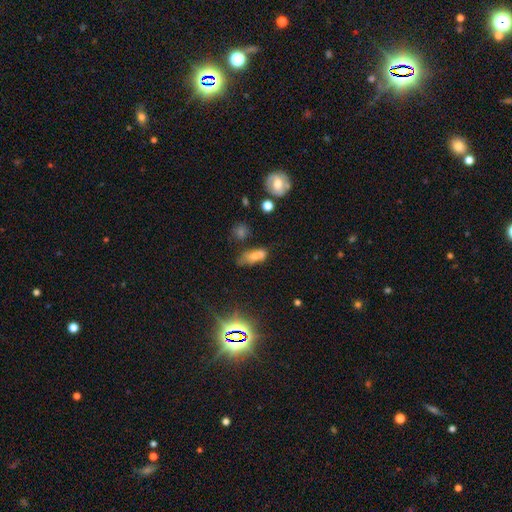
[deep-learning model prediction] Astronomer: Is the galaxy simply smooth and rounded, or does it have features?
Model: smooth — 63%.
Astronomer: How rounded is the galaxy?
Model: in between — 75%.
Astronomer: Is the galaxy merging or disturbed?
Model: none — 36% (runner-up: merger, 27%).